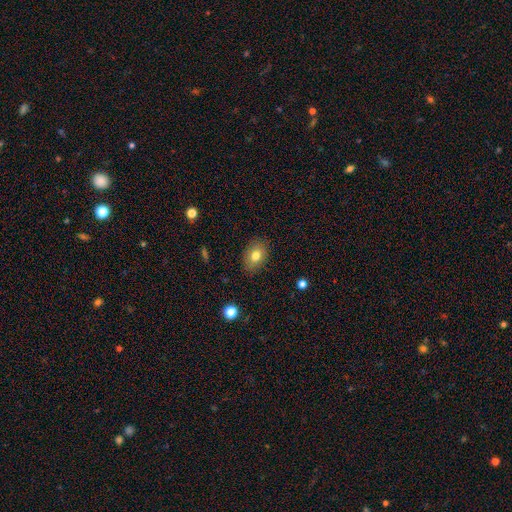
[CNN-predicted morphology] type=smooth (78%); roundness=in between (78%); merging=none (86%).